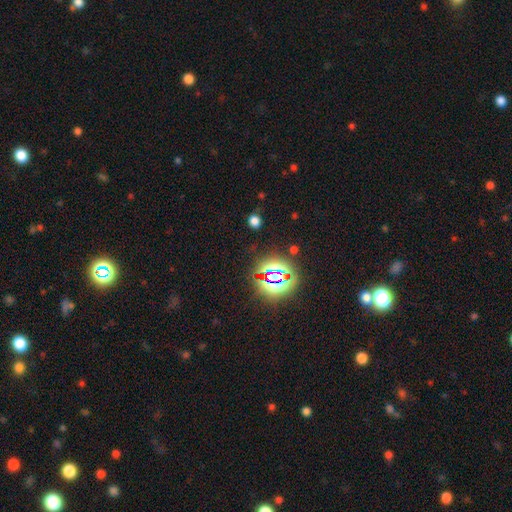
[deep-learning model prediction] Smooth or featured? Predicted: star or artifact (p=0.82).